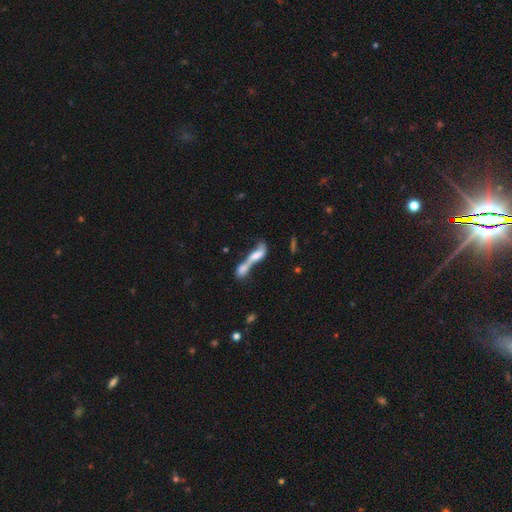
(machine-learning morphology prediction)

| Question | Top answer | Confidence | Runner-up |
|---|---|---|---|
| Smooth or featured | smooth | 51% | featured or disk (38%) |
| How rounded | cigar-shaped | 54% | in between (41%) |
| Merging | merger | 78% | none (9%) |